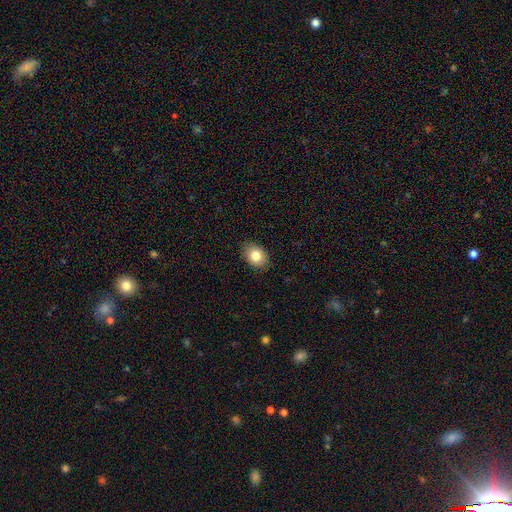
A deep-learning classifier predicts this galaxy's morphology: Smooth or featured? smooth (82%)
How rounded? in between (67%)
Merging? none (88%)